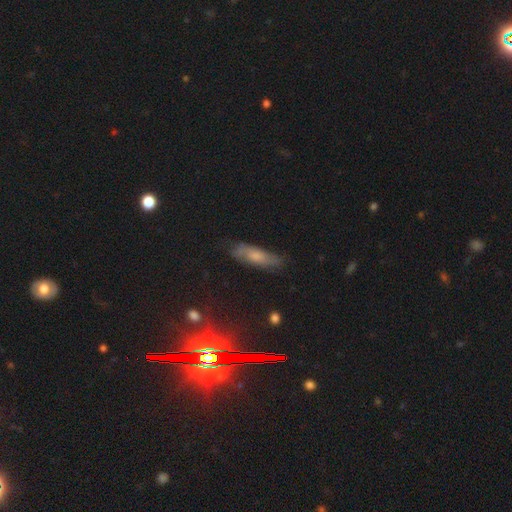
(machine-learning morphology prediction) This is possibly a smooth galaxy (52%). How rounded: possibly cigar-shaped (49%, tied with in between). Merging: likely none (70%).